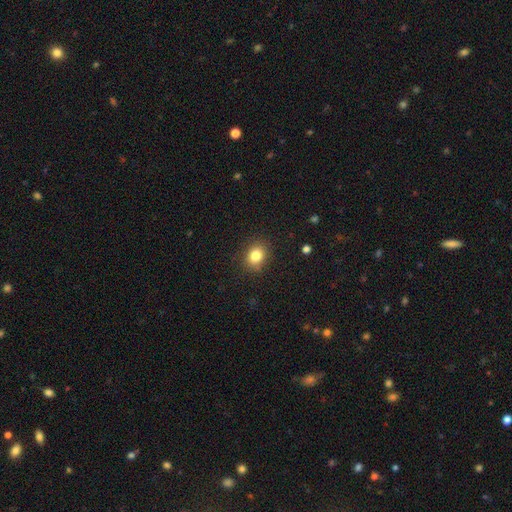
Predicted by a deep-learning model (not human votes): The model was most divided on "how rounded": round: 53%, in between: 46%, cigar-shaped: 1%. More confident: merging — none (86%); smooth or featured — smooth (83%).